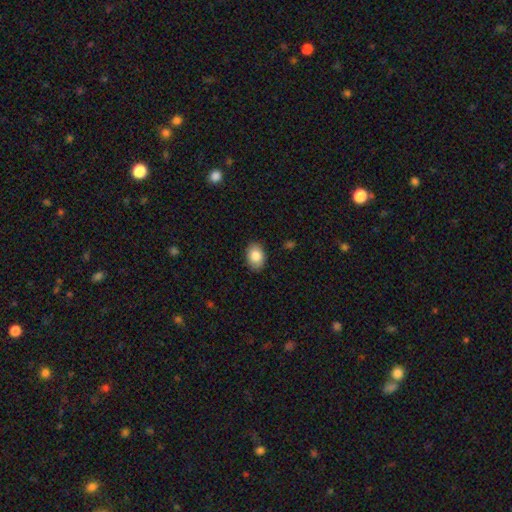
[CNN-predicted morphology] A smooth galaxy with no disk features (85%) that is in between round and cigar-shaped (75%). Merging: none (88%).